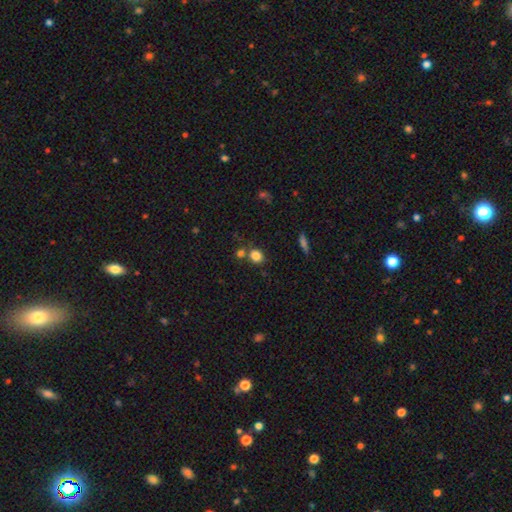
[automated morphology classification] A smooth galaxy with no disk features (82%) that is round (71%). Merging: none (63%).